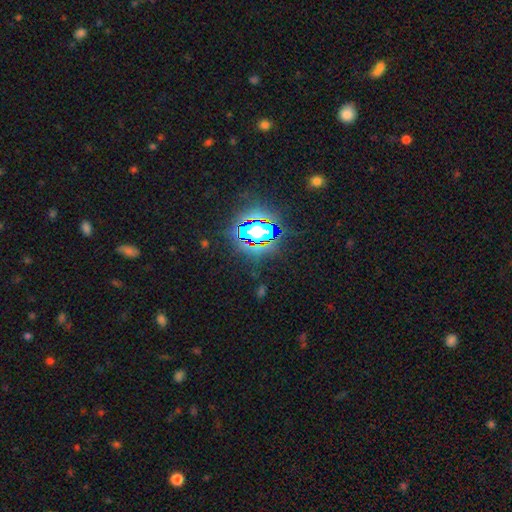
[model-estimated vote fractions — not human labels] This is likely a star or artifact rather than a galaxy (78%).